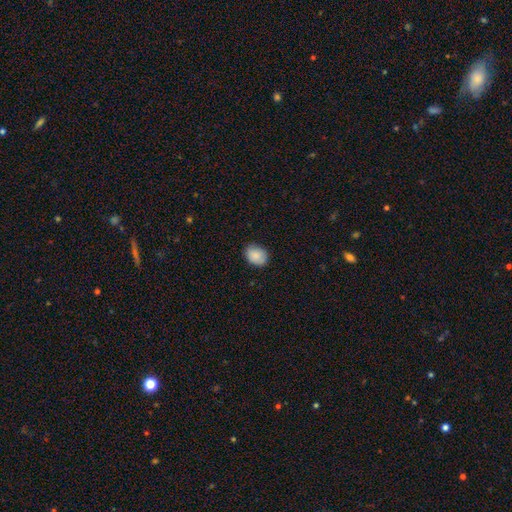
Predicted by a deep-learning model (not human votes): This appears to be a smooth galaxy with no disk features (88%) that is in between round and cigar-shaped (60%). Merging: none (83%).